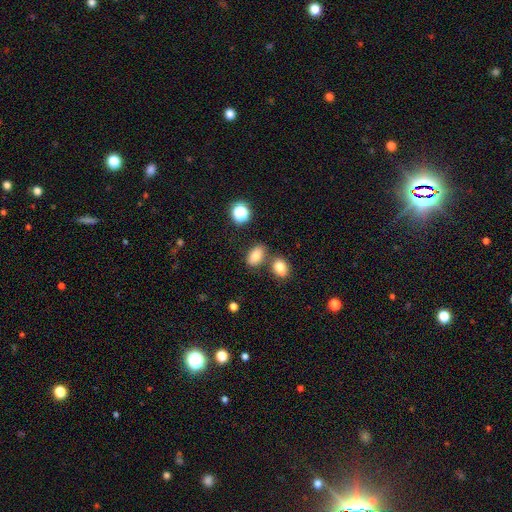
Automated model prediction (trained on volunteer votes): A smooth galaxy with no disk features (80%) that is in between round and cigar-shaped (85%).

Vote fractions:
- Smooth or featured? smooth: 80% / star or artifact: 12% / featured or disk: 8%
- How rounded? in between: 85% / round: 13% / cigar-shaped: 2%
- Merging? none: 68% / merger: 16% / minor disturbance: 12% / major disturbance: 3%